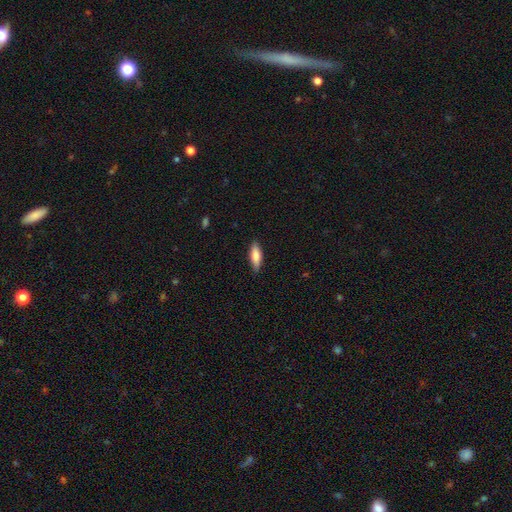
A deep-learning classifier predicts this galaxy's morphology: Smooth or featured? smooth (78%)
How rounded? in between (52%)
Merging? none (85%)